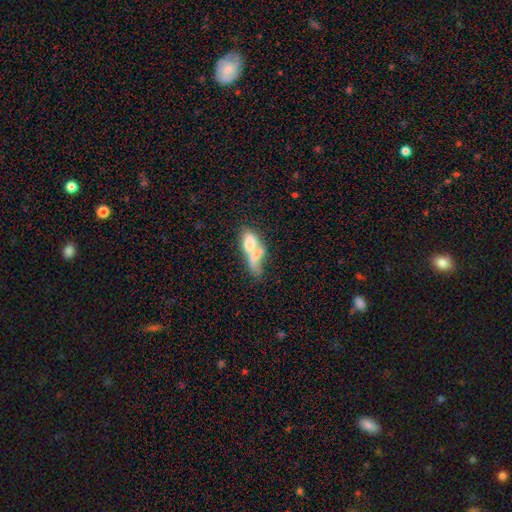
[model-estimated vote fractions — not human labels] Q: Smooth or featured?
A: smooth (60%); runner-up: featured or disk (31%)
Q: How rounded?
A: in between (75%); runner-up: cigar-shaped (13%)
Q: Merging?
A: merger (73%); runner-up: none (10%)